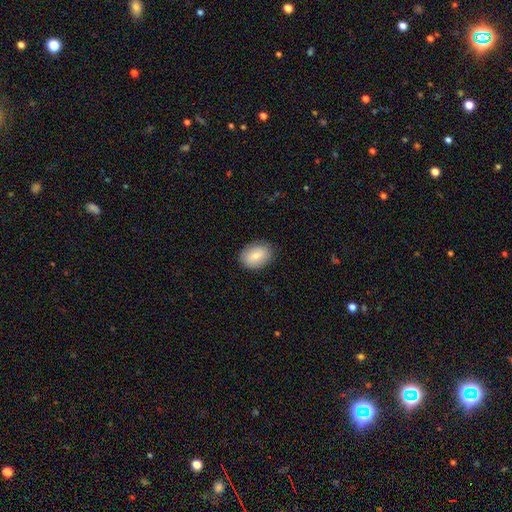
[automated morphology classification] A smooth galaxy with no disk features (78%) that is in between round and cigar-shaped (76%). Merging: none (85%).